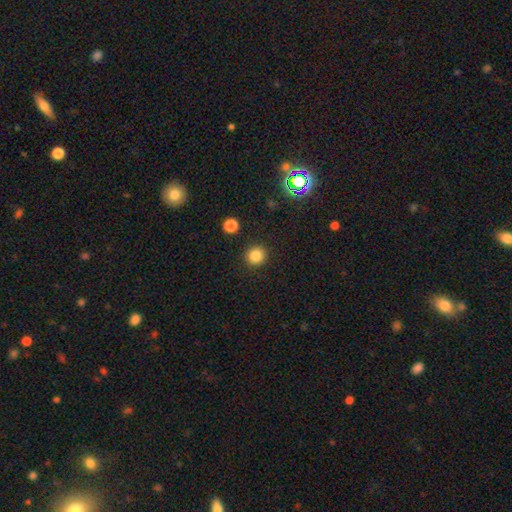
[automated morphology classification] A smooth galaxy with no disk features (83%) that is round (93%).

Vote fractions:
- Smooth or featured? smooth: 83% / star or artifact: 12% / featured or disk: 4%
- How rounded? round: 93% / in between: 6% / cigar-shaped: 1%
- Merging? none: 91% / minor disturbance: 5% / major disturbance: 2% / merger: 1%